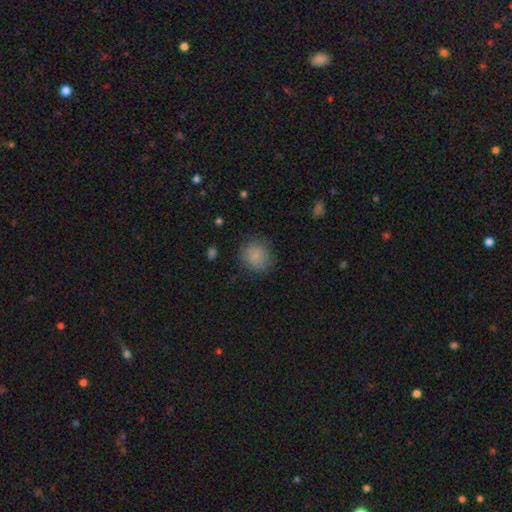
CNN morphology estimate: smooth_or_featured: smooth (p=0.84) [alt: star or artifact p=0.09]
how_rounded: round (p=0.82) [alt: in between p=0.17]
merging: none (p=0.79) [alt: minor disturbance p=0.15]